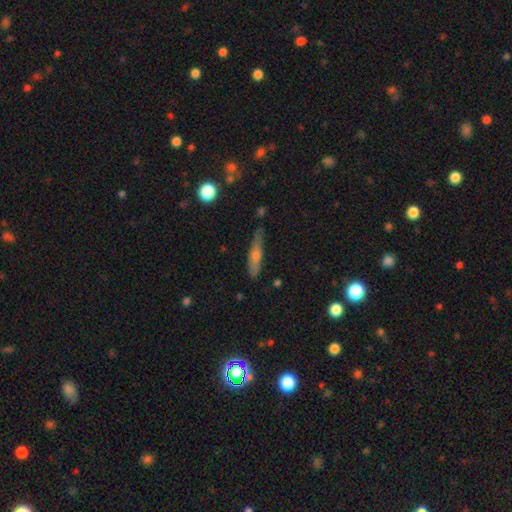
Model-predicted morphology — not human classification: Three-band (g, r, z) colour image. It shows a smooth galaxy with no disk features (50%). Merging: none (76%).